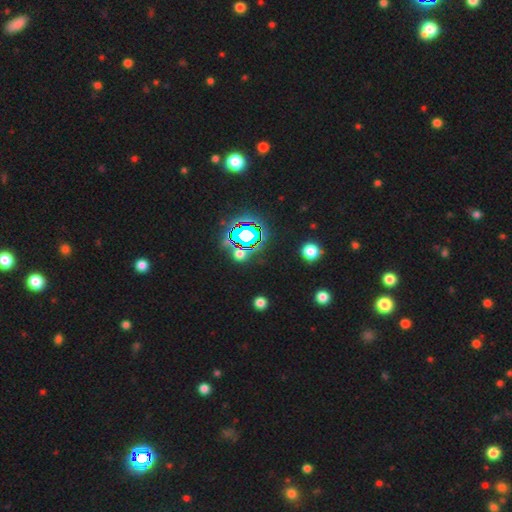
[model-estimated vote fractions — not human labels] Smooth or featured? star or artifact (80%)